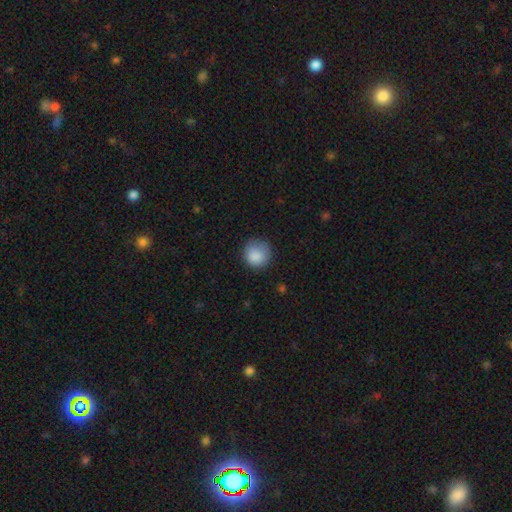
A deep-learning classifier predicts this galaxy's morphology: smooth 86%, star or artifact 8%, featured or disk 6%. Down the decision tree: how rounded — round (91%); merging — none (73%).